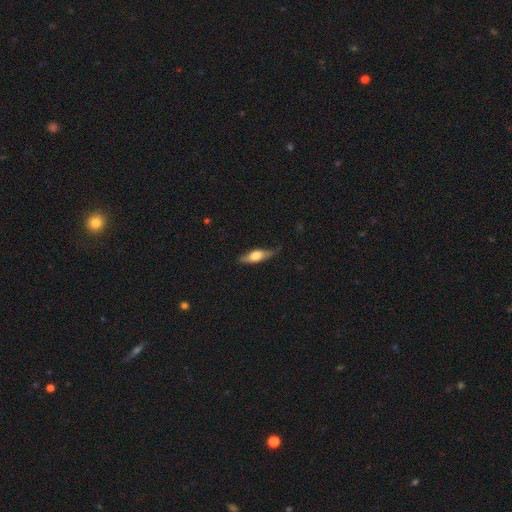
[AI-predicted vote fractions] The model was most divided on "how rounded": in between: 51%, cigar-shaped: 46%, round: 3%. More confident: merging — none (70%); smooth or featured — smooth (50%).